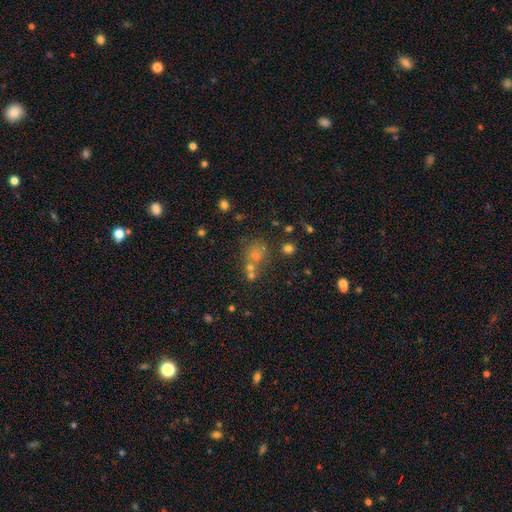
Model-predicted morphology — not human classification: smooth-or-featured: smooth: 53% | star or artifact: 33% | featured or disk: 14%
  how-rounded: round: 75% | in between: 24% | cigar-shaped: 2%
  merging: none: 54% | merger: 31% | minor disturbance: 10% | major disturbance: 5%